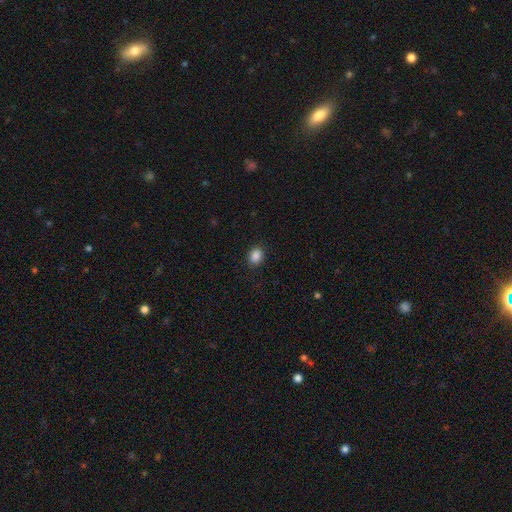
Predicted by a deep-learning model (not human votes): Smooth or featured?
  - smooth: 87% *
  - star or artifact: 10%
  - featured or disk: 3%
How rounded?
  - in between: 53% *
  - round: 46%
  - cigar-shaped: 1%
Merging?
  - none: 89% *
  - minor disturbance: 8%
  - major disturbance: 2%
  - merger: 1%